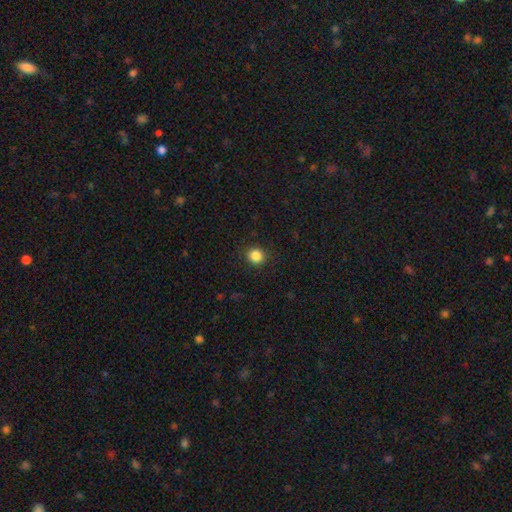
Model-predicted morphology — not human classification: smooth-or-featured: smooth: 85% | star or artifact: 11% | featured or disk: 4%
  how-rounded: round: 90% | in between: 10% | cigar-shaped: 1%
  merging: none: 90% | minor disturbance: 6% | major disturbance: 2% | merger: 1%